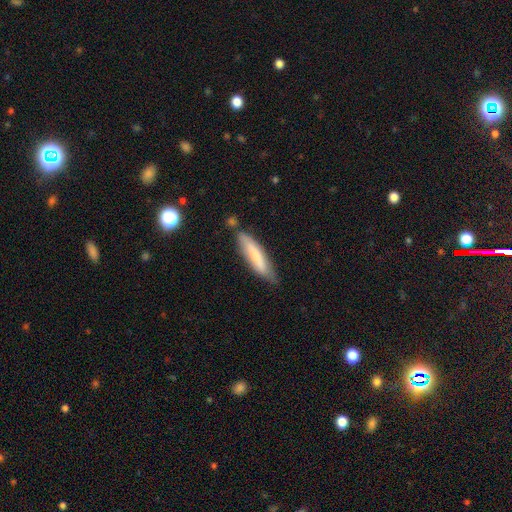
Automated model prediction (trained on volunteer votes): Smooth or featured: smooth — 64% (featured or disk — 30%)
How rounded: cigar-shaped — 76% (in between — 22%)
Merging: none — 67% (minor disturbance — 22%)